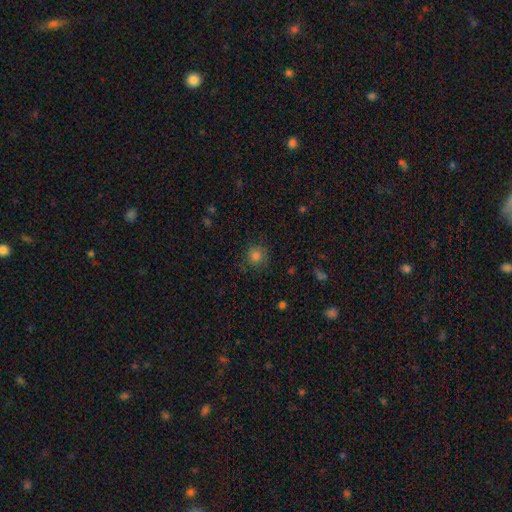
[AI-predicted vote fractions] A smooth galaxy with no disk features (78%) that is round (92%). Merging: none (83%).